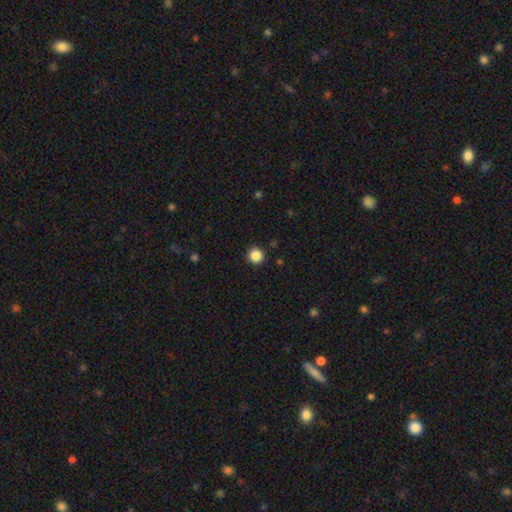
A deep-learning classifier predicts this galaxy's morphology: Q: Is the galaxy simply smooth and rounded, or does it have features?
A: smooth — 86%.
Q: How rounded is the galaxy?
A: round — 95%.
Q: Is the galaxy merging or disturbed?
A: none — 92%.